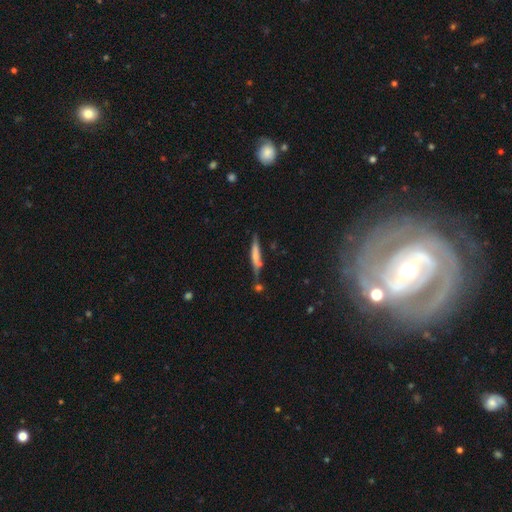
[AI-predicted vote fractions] This appears to be a smooth galaxy with no disk features (56%) that is cigar-shaped (89%). Merging: none (60%).